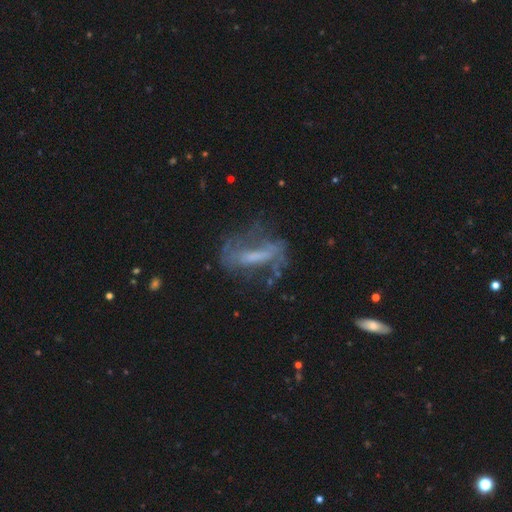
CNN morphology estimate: featured or disk 71%, smooth 17%, star or artifact 12%. Down the decision tree: edge-on disk — no (84%); bar — strong (50%); spiral arms — yes (71%); bulge size — none (34%); merging — none (54%).